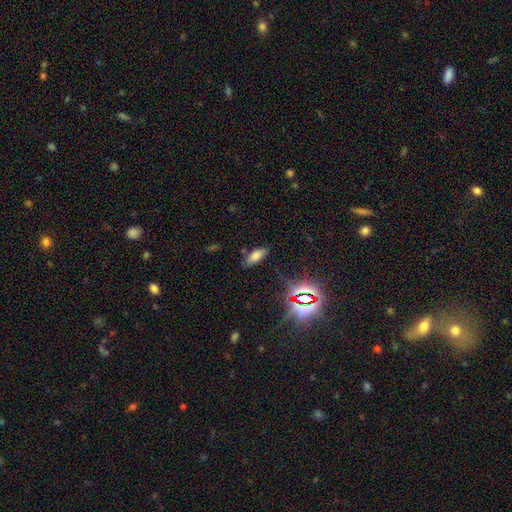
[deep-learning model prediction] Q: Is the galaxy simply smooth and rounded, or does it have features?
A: smooth — 69%.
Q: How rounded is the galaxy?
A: in between — 78%.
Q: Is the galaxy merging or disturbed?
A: none — 79%.